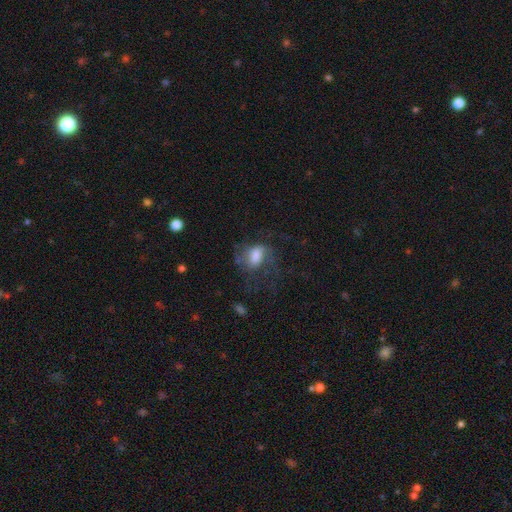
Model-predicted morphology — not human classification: A smooth galaxy with no disk features (51%) that is in between round and cigar-shaped (72%).

Vote fractions:
- Smooth or featured? smooth: 51% / featured or disk: 38% / star or artifact: 12%
- How rounded? in between: 72% / round: 25% / cigar-shaped: 2%
- Merging? major disturbance: 42% / none: 36% / minor disturbance: 20% / merger: 2%